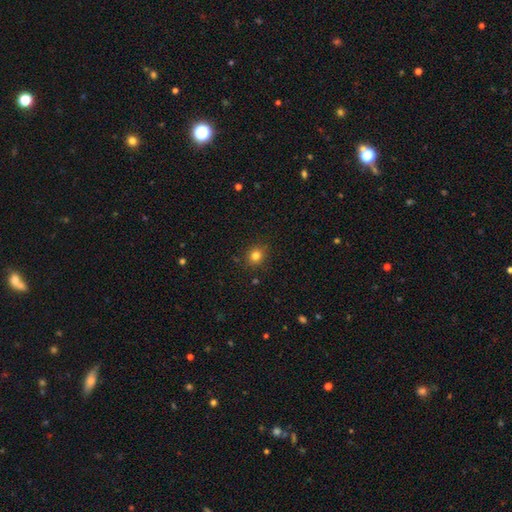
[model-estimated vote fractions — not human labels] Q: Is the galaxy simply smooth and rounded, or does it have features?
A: smooth — 81%.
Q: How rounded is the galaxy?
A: round — 79%.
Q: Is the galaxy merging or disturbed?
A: none — 87%.